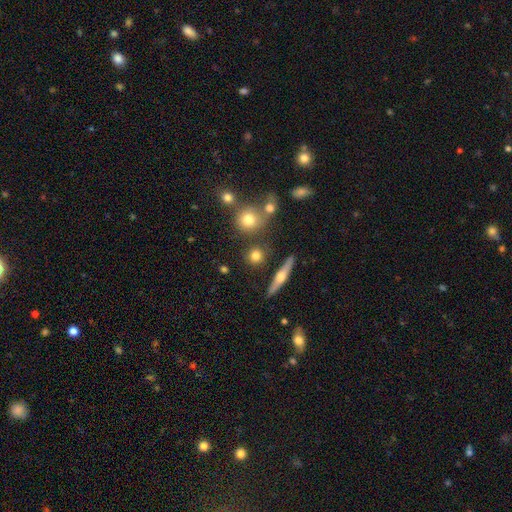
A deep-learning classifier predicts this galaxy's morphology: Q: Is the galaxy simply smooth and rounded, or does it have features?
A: smooth — 71%.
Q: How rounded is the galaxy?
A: round — 83%.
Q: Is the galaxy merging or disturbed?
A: none — 77%.